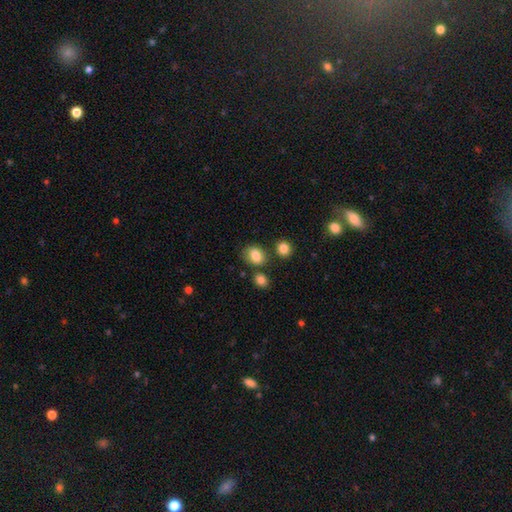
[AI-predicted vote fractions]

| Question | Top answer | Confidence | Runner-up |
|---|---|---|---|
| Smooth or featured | smooth | 82% | star or artifact (10%) |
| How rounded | in between | 64% | round (35%) |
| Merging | none | 65% | minor disturbance (17%) |